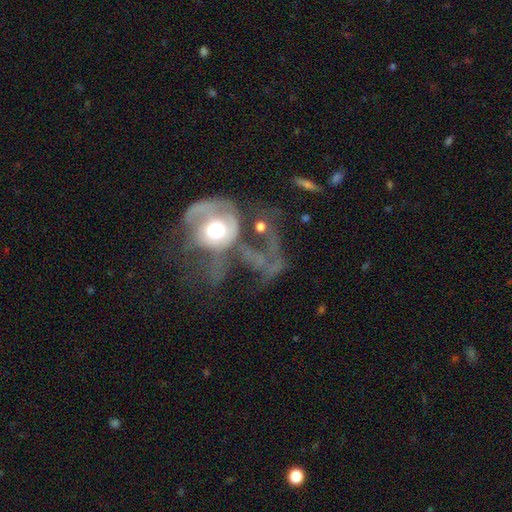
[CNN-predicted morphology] smooth-or-featured: featured or disk: 65% | smooth: 20% | star or artifact: 16%
  disk-edge-on: no: 95% | yes: 5%
    bar: no: 77% | weak: 16% | strong: 7%
    has-spiral-arms: no: 52% | yes: 48%
    bulge-size: moderate: 63% | large: 17% | small: 14% | dominant: 3% | none: 3%
  merging: major disturbance: 48% | merger: 25% | none: 17% | minor disturbance: 10%